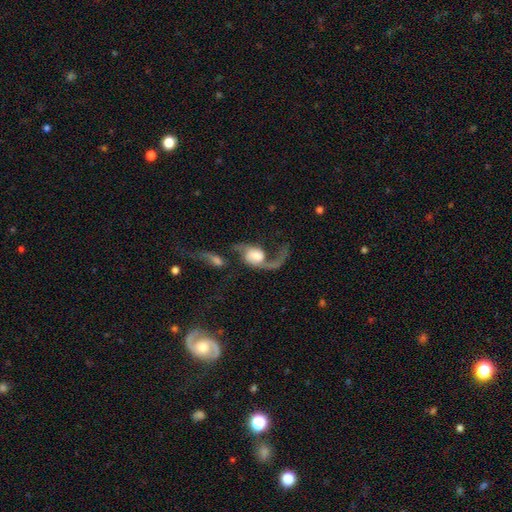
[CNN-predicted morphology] Smooth or featured?
  - featured or disk: 76% *
  - smooth: 17%
  - star or artifact: 7%
Edge-on disk?
  - no: 96% *
  - yes: 4%
Bar?
  - no: 61% *
  - weak: 31%
  - strong: 9%
Spiral arms?
  - yes: 91% *
  - no: 9%
Spiral winding?
  - loose: 81% *
  - medium: 16%
  - tight: 4%
Spiral arm count?
  - 2: 53% *
  - 1: 42%
  - can't tell: 3%
  - 3: 1%
  - 4: 1%
  - more than 4: 1%
Bulge size?
  - large: 39% *
  - moderate: 29%
  - small: 12%
  - dominant: 11%
  - none: 9%
Merging?
  - merger: 34% * (tied)
  - major disturbance: 34% * (tied)
  - none: 22%
  - minor disturbance: 11%